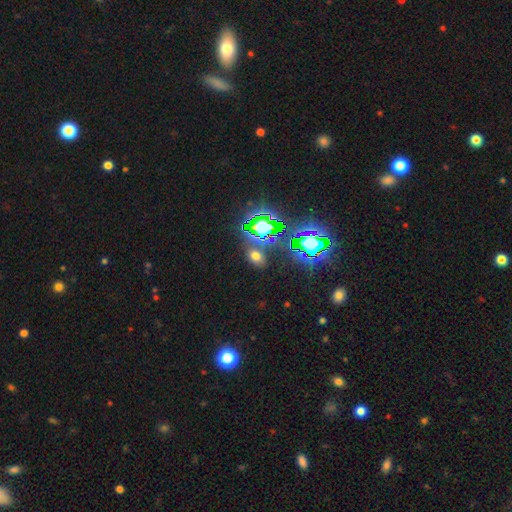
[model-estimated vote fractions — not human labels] The model was most divided on "smooth or featured": smooth: 50%, star or artifact: 41%, featured or disk: 9%. More confident: merging — none (80%).